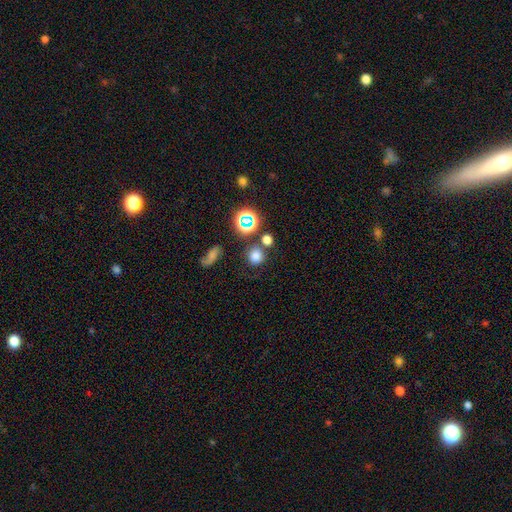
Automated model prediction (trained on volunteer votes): This appears to be a smooth galaxy with no disk features (74%) that is round (88%). Merging: none (75%).